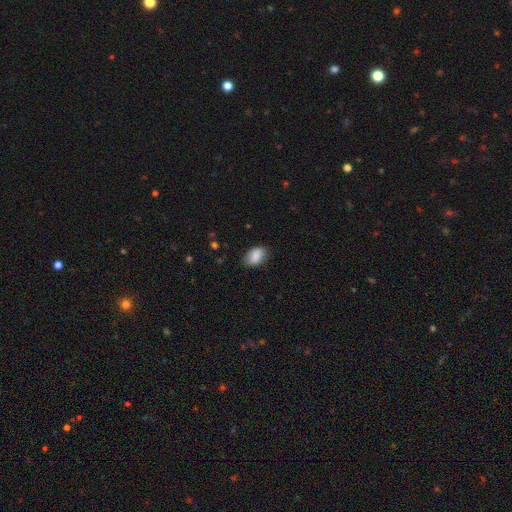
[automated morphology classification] A smooth galaxy with no disk features (86%) that is in between round and cigar-shaped (87%). Merging: none (79%).